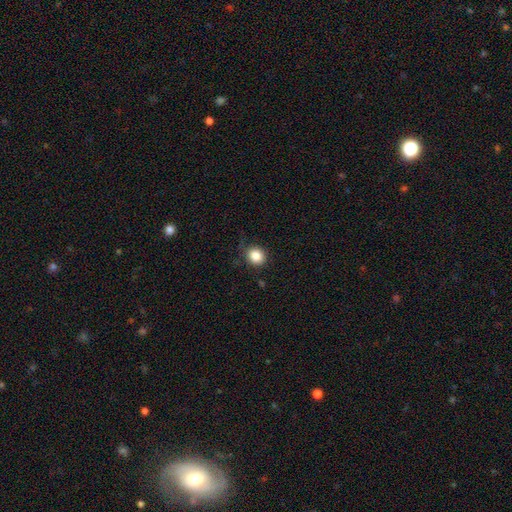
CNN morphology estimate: Q: Smooth or featured?
A: smooth (84%); runner-up: star or artifact (11%)
Q: How rounded?
A: round (82%); runner-up: in between (17%)
Q: Merging?
A: none (81%); runner-up: minor disturbance (14%)